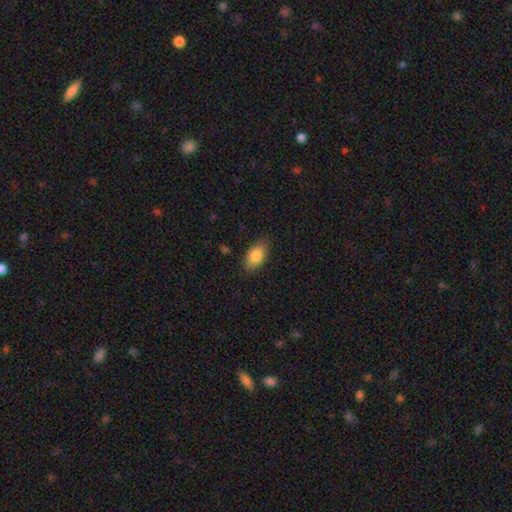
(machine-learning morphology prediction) The model was most divided on "merging": none: 82%, minor disturbance: 14%, major disturbance: 3%, merger: 1%. More confident: how rounded — in between (91%); smooth or featured — smooth (83%).